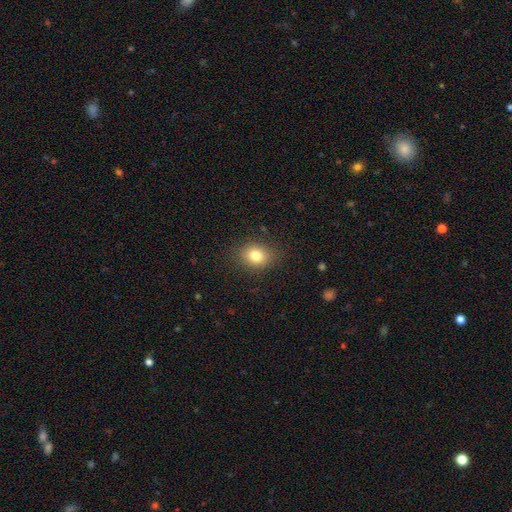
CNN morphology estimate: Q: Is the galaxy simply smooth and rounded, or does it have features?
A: smooth — 80%.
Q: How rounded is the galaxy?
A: round — 51%.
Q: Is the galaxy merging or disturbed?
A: none — 86%.